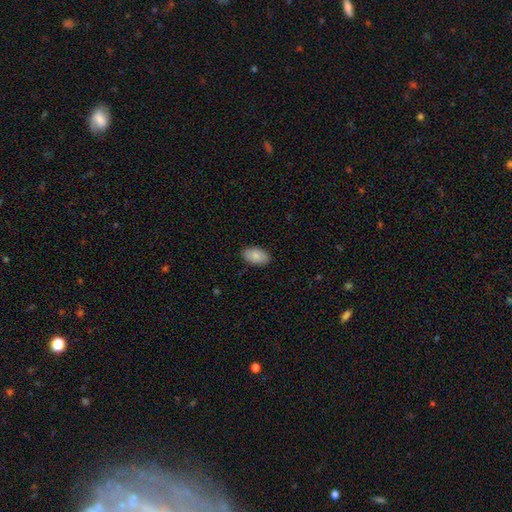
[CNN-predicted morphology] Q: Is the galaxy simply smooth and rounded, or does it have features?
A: smooth — 84%.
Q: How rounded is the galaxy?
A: in between — 93%.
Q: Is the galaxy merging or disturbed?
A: none — 88%.